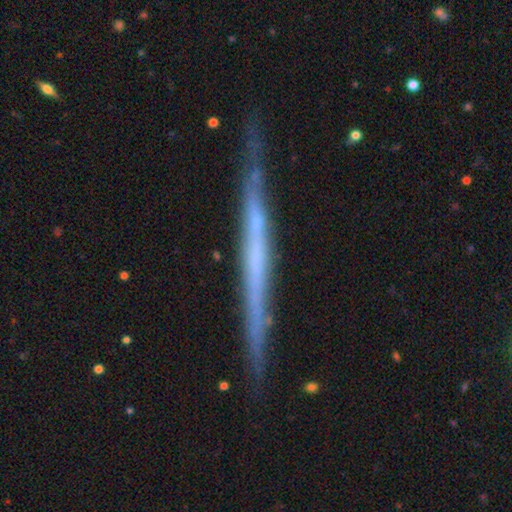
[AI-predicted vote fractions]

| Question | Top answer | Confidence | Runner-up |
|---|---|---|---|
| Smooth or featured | featured or disk | 68% | smooth (24%) |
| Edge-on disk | yes | 96% | no (4%) |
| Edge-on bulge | none | 89% | rounded (7%) |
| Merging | none | 87% | minor disturbance (10%) |